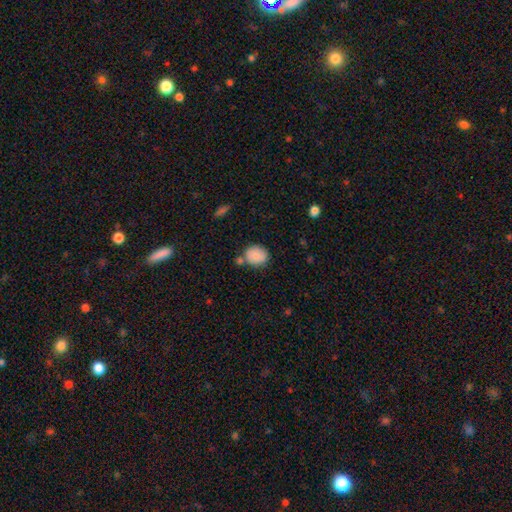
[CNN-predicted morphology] Overall: smooth (82%). How rounded: round (68%; in between 31%). Merging: none (67%).